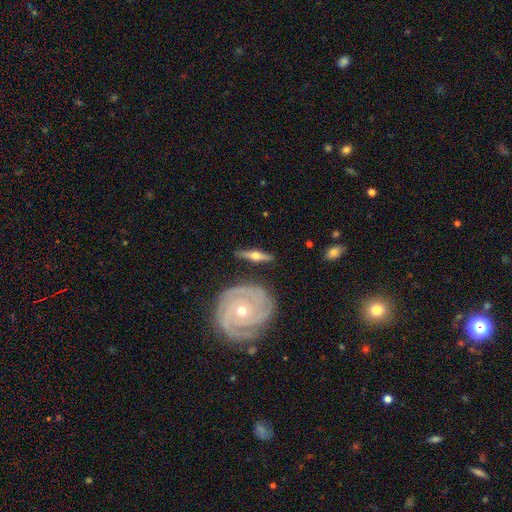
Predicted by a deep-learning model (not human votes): A featured or disk galaxy (77%) viewed edge-on (86%) with a rounded central bulge (95%).

Vote fractions:
- Smooth or featured? featured or disk: 77% / smooth: 18% / star or artifact: 5%
- Edge-on disk? yes: 86% / no: 14%
- Edge-on bulge? rounded: 95% / boxy: 3% / none: 3%
- Merging? none: 83% / minor disturbance: 11% / merger: 3% / major disturbance: 3%